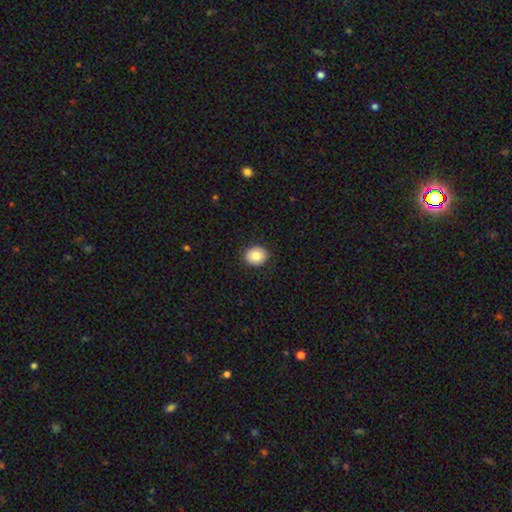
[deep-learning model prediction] A smooth galaxy with no disk features (83%) that is round (75%).

Vote fractions:
- Smooth or featured? smooth: 83% / featured or disk: 8% / star or artifact: 8%
- How rounded? round: 75% / in between: 24% / cigar-shaped: 1%
- Merging? none: 91% / minor disturbance: 7% / major disturbance: 2% / merger: 1%